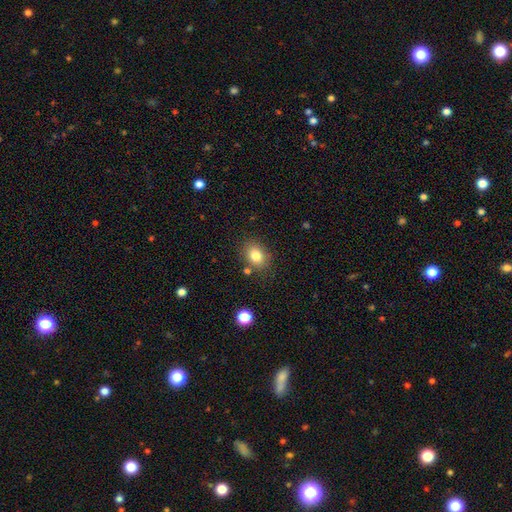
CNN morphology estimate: A smooth galaxy with no disk features (81%) that is in between round and cigar-shaped (62%). Merging: none (79%).